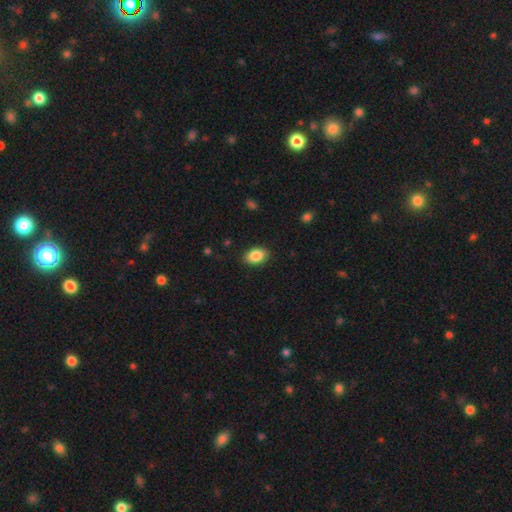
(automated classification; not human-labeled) This appears to be a smooth galaxy with no disk features (87%) that is in between round and cigar-shaped (86%). Merging: none (87%).